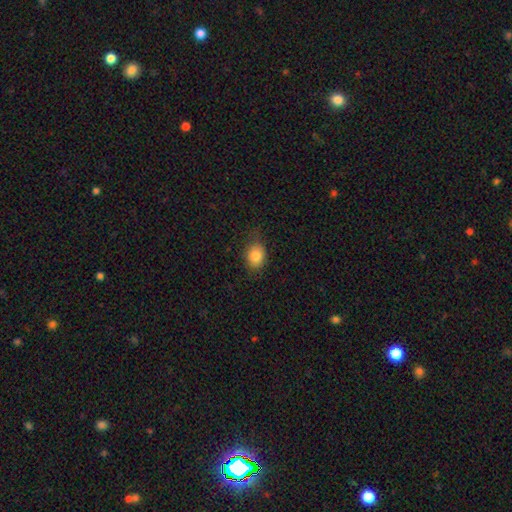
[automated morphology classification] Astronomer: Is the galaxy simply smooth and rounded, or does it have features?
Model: smooth — 84%.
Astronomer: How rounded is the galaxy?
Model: in between — 50% (runner-up: round, 49%).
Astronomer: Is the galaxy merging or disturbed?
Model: none — 74%.